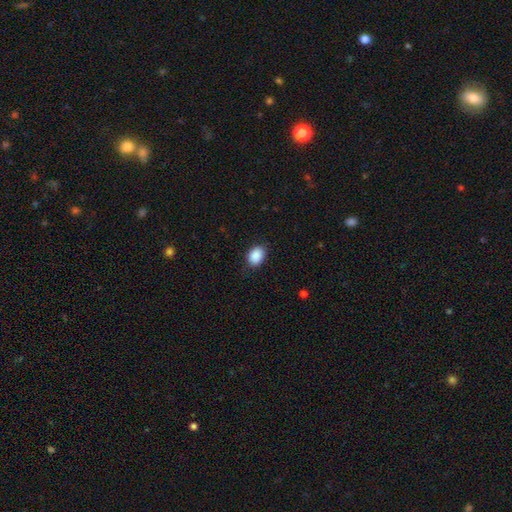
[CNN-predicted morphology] Overall: smooth (90%). How rounded: in between (75%). Merging: none (83%).